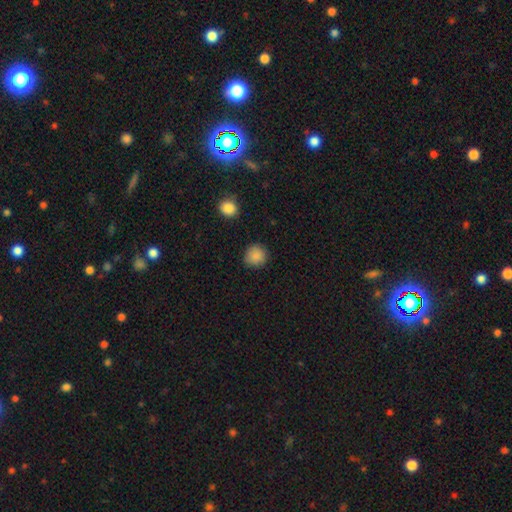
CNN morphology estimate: A smooth galaxy with no disk features (88%) that is round (92%). Merging: none (88%).